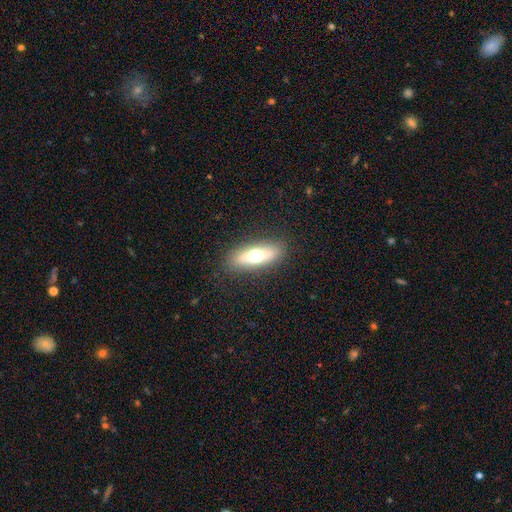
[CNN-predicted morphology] Smooth or featured? Predicted: smooth (p=0.59). How rounded? Predicted: in between (p=0.54). Merging? Predicted: none (p=0.87).